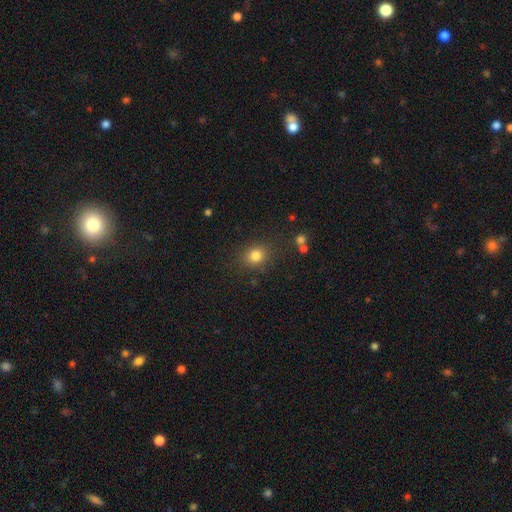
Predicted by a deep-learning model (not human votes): Overall: smooth (81%). How rounded: round (73%). Merging: none (83%).